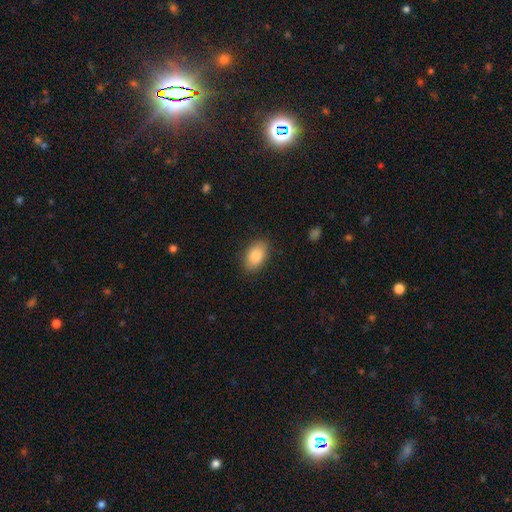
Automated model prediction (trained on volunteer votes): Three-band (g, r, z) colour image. It shows a smooth galaxy with no disk features (88%) that is in between round and cigar-shaped (90%). Merging: none (85%).